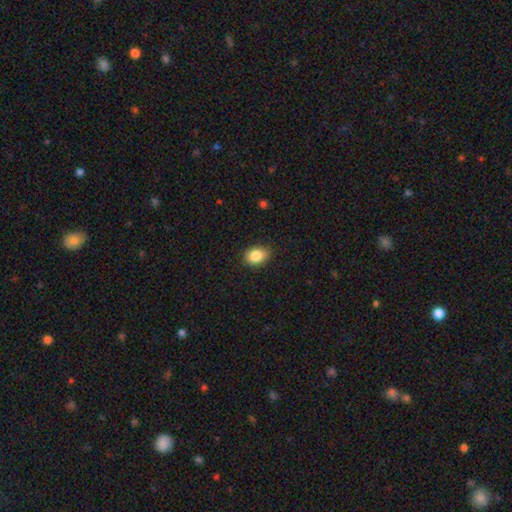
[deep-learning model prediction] This appears to be a smooth galaxy with no disk features (86%) that is in between round and cigar-shaped (74%). Merging: none (84%).